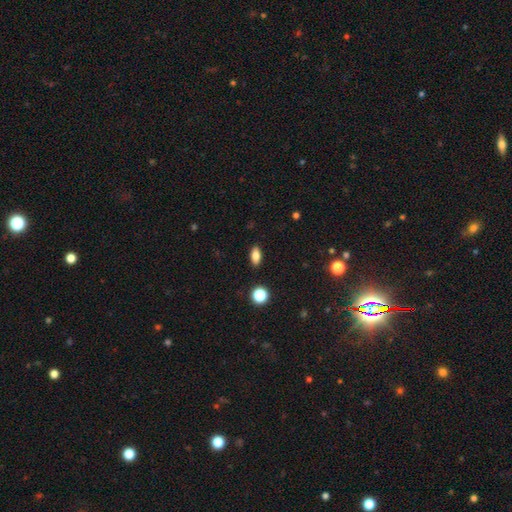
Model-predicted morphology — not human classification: The model was most divided on "smooth or featured": smooth: 80%, featured or disk: 10%, star or artifact: 10%. More confident: merging — none (89%); how rounded — in between (83%).